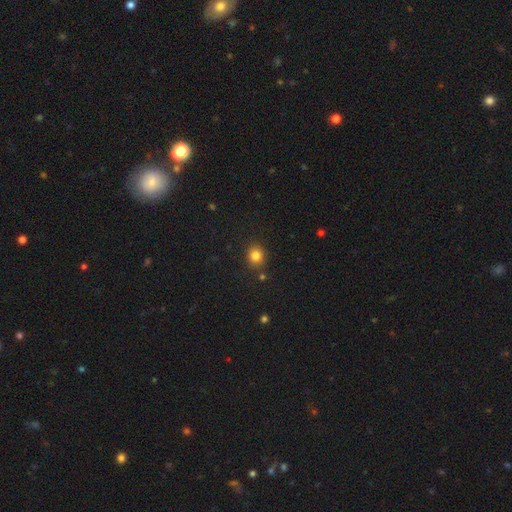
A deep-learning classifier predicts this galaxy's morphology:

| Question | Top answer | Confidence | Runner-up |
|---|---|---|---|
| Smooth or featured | smooth | 82% | star or artifact (13%) |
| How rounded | round | 81% | in between (18%) |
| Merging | none | 86% | minor disturbance (8%) |